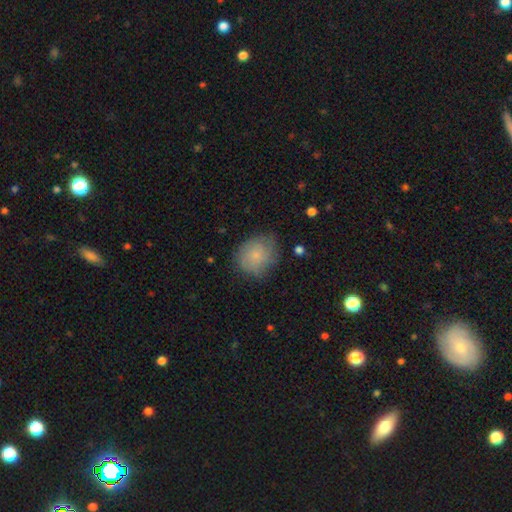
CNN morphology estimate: Smooth or featured?
  - smooth: 71% *
  - featured or disk: 21%
  - star or artifact: 9%
How rounded?
  - round: 70% *
  - in between: 29%
  - cigar-shaped: 1%
Merging?
  - none: 67% *
  - minor disturbance: 24%
  - major disturbance: 7%
  - merger: 2%